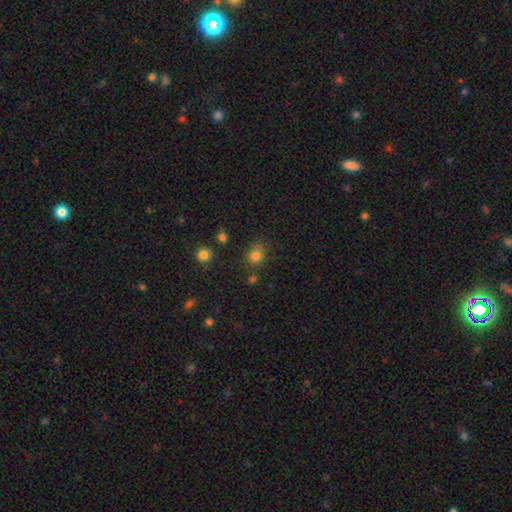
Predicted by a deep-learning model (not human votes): smooth-or-featured: smooth: 80% | star or artifact: 14% | featured or disk: 6%
  how-rounded: round: 78% | in between: 21% | cigar-shaped: 1%
  merging: none: 73% | minor disturbance: 16% | merger: 6% | major disturbance: 5%